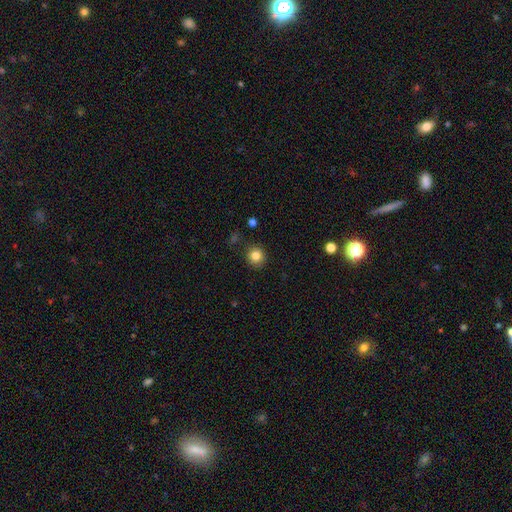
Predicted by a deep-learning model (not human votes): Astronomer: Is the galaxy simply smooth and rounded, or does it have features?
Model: smooth — 83%.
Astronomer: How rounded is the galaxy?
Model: round — 91%.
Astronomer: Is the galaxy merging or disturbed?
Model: none — 89%.